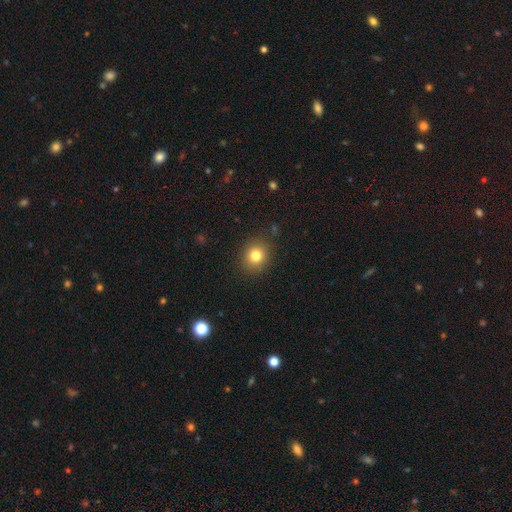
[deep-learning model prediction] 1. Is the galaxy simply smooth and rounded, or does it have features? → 80% smooth, 12% star or artifact, 8% featured or disk.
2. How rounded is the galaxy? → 78% round, 21% in between, 1% cigar-shaped.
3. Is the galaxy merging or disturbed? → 88% none, 8% minor disturbance, 3% major disturbance, 1% merger.